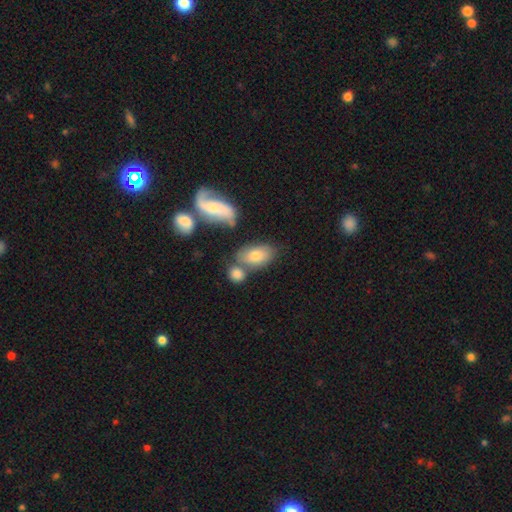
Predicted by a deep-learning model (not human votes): Smooth or featured?
  - smooth: 70% *
  - featured or disk: 21%
  - star or artifact: 8%
How rounded?
  - in between: 90% *
  - round: 7%
  - cigar-shaped: 3%
Merging?
  - none: 52% *
  - merger: 27%
  - minor disturbance: 15%
  - major disturbance: 6%